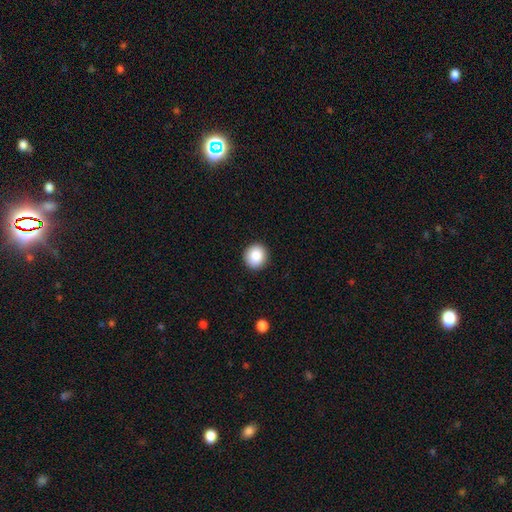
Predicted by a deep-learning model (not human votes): Q: Smooth or featured?
A: smooth (88%); runner-up: star or artifact (8%)
Q: How rounded?
A: round (90%); runner-up: in between (9%)
Q: Merging?
A: none (92%); runner-up: minor disturbance (5%)